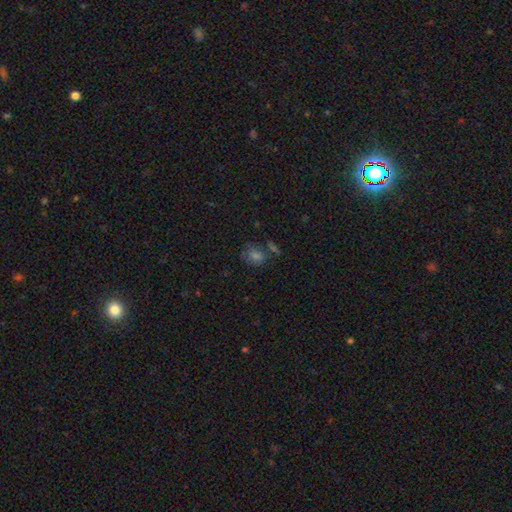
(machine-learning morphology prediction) Q: Smooth or featured?
A: smooth (55%); runner-up: star or artifact (27%)
Q: How rounded?
A: round (52%); runner-up: in between (46%)
Q: Merging?
A: none (60%); runner-up: minor disturbance (19%)